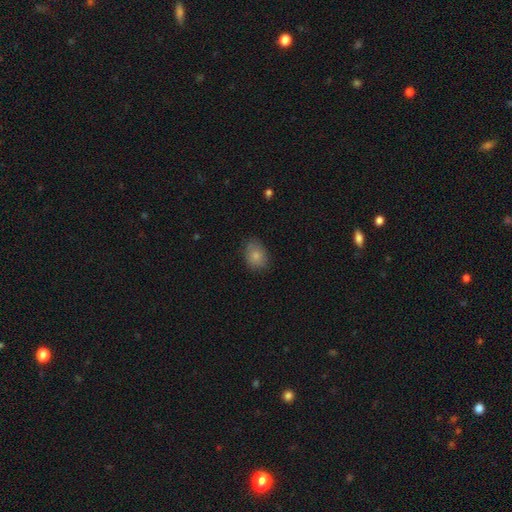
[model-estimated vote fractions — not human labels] Smooth or featured?
  - smooth: 82% *
  - featured or disk: 10%
  - star or artifact: 8%
How rounded?
  - in between: 61% *
  - round: 38%
  - cigar-shaped: 1%
Merging?
  - none: 76% *
  - minor disturbance: 19%
  - major disturbance: 4%
  - merger: 1%